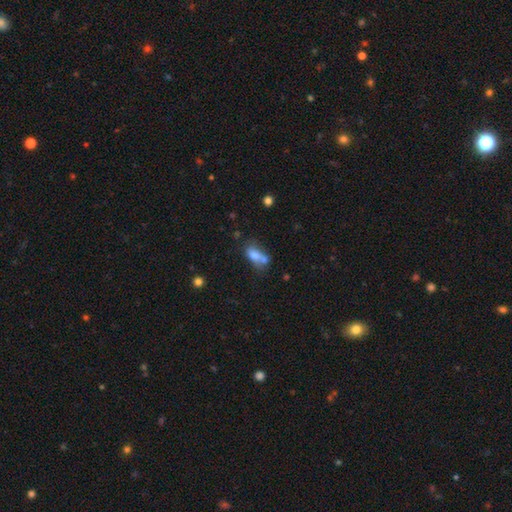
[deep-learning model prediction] Smooth or featured?
  - smooth: 72% *
  - featured or disk: 17%
  - star or artifact: 11%
How rounded?
  - in between: 81% *
  - round: 12%
  - cigar-shaped: 7%
Merging?
  - merger: 46% *
  - none: 29%
  - minor disturbance: 15%
  - major disturbance: 10%